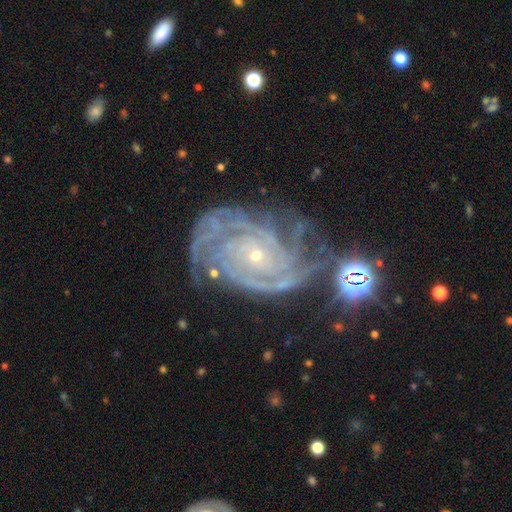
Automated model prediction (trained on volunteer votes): smooth_or_featured: featured or disk (p=0.90) [alt: star or artifact p=0.07]
disk_edge_on: no (p=0.98) [alt: yes p=0.02]
bar: no (p=0.75) [alt: weak p=0.18]
has_spiral_arms: yes (p=0.98) [alt: no p=0.02]
spiral_winding: tight (p=0.76) [alt: medium p=0.21]
spiral_arm_count: 4 (p=0.25) [alt: 3 p=0.21]
bulge_size: small (p=0.85) [alt: moderate p=0.12]
merging: none (p=0.63) [alt: minor disturbance p=0.22]